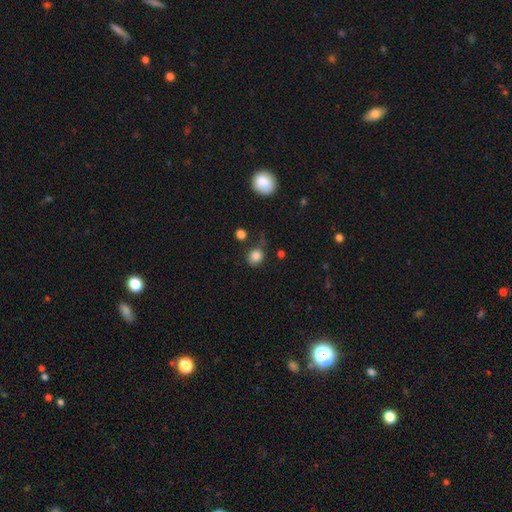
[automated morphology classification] Overall: smooth (84%). How rounded: round (71%). Merging: none (65%).